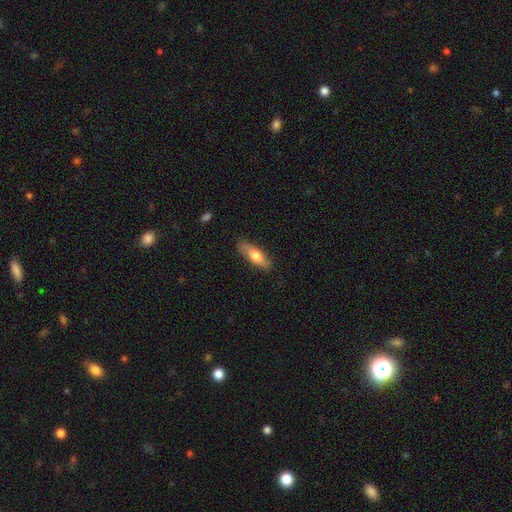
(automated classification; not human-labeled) The model was most divided on "how rounded": cigar-shaped: 51%, in between: 47%, round: 3%. More confident: merging — none (84%); smooth or featured — smooth (62%).